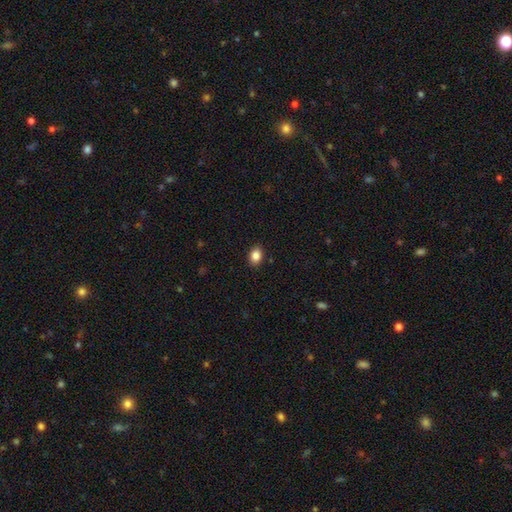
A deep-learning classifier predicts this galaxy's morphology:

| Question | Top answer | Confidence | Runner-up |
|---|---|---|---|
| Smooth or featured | smooth | 86% | star or artifact (9%) |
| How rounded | in between | 71% | round (28%) |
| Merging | none | 89% | minor disturbance (8%) |